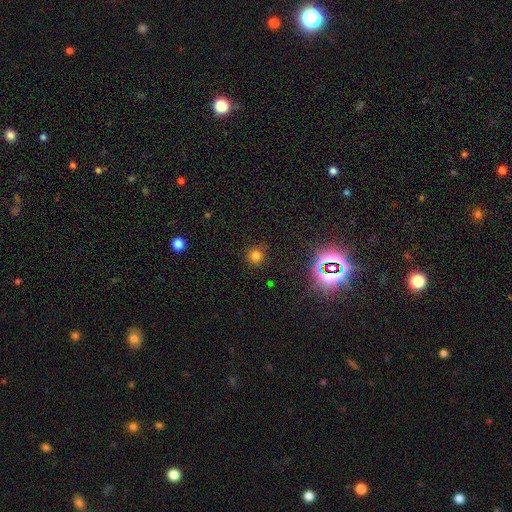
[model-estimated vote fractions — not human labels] smooth 74%, star or artifact 20%, featured or disk 6%. Down the decision tree: how rounded — round (93%); merging — none (88%).